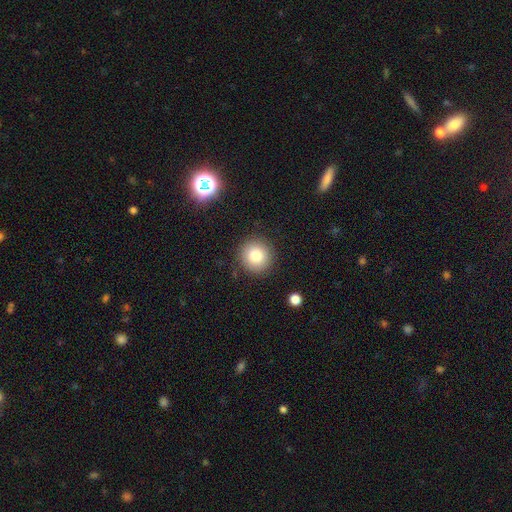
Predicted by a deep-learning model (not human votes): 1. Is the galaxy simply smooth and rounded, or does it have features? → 82% smooth, 10% star or artifact, 8% featured or disk.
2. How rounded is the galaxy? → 93% round, 6% in between, 1% cigar-shaped.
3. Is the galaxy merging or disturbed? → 89% none, 7% minor disturbance, 2% major disturbance, 2% merger.